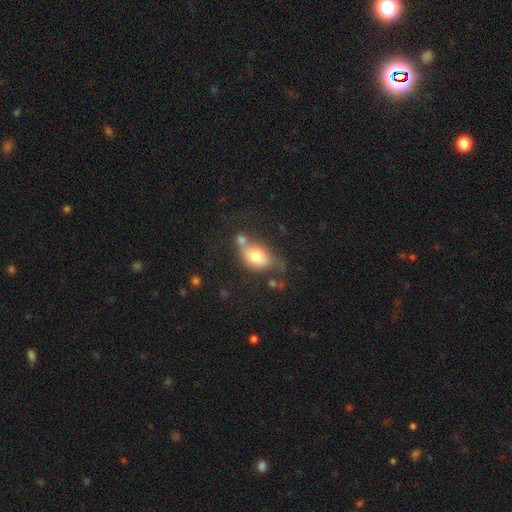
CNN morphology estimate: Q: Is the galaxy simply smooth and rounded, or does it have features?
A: smooth — 66%.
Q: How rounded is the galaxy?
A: in between — 73%.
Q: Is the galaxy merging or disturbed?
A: merger — 33%.